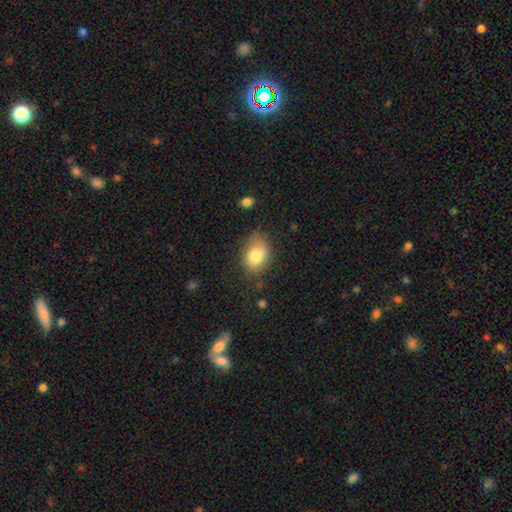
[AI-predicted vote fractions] Smooth or featured?
  - smooth: 81% *
  - featured or disk: 11%
  - star or artifact: 8%
How rounded?
  - in between: 74% *
  - round: 25%
  - cigar-shaped: 1%
Merging?
  - none: 67% *
  - minor disturbance: 24%
  - major disturbance: 6%
  - merger: 2%